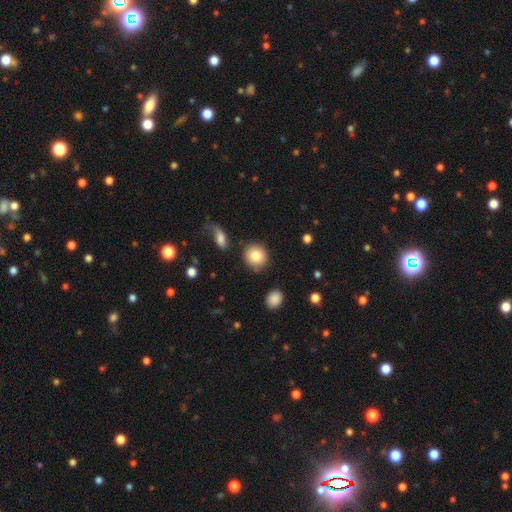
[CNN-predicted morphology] This is clearly a smooth galaxy (83%). How rounded: clearly round (88%). Merging: clearly none (83%).